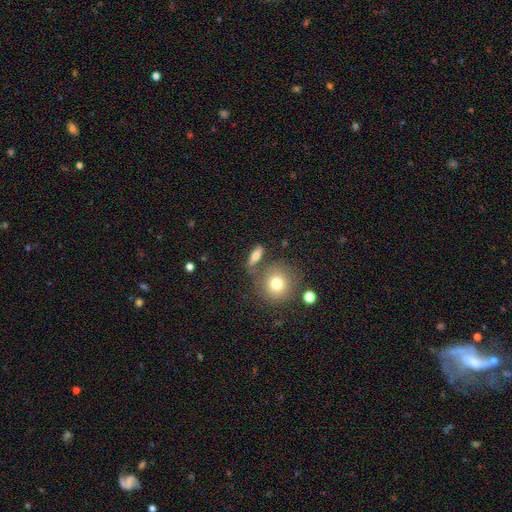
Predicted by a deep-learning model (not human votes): Q: Smooth or featured?
A: smooth (69%); runner-up: featured or disk (20%)
Q: How rounded?
A: in between (47%); runner-up: cigar-shaped (35%)
Q: Merging?
A: none (69%); runner-up: minor disturbance (13%)